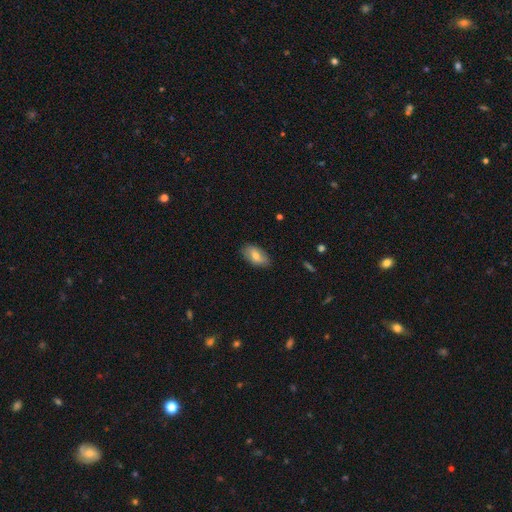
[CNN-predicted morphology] The model was most divided on "smooth or featured": smooth: 70%, featured or disk: 23%, star or artifact: 7%. More confident: how rounded — in between (93%); merging — none (81%).